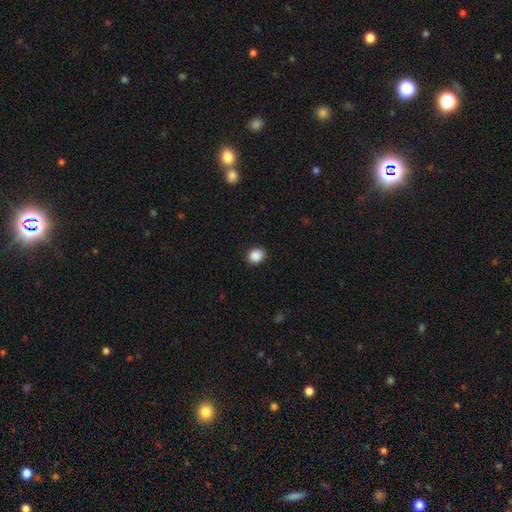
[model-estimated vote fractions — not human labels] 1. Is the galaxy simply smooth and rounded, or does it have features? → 89% smooth, 9% star or artifact, 2% featured or disk.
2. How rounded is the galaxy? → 61% round, 38% in between, 1% cigar-shaped.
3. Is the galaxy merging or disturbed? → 90% none, 7% minor disturbance, 2% major disturbance, 1% merger.